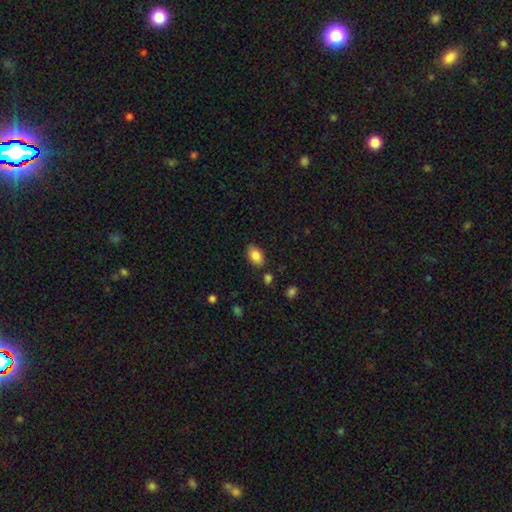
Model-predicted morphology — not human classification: This appears to be a smooth galaxy with no disk features (85%) that is in between round and cigar-shaped (91%). Merging: none (83%).